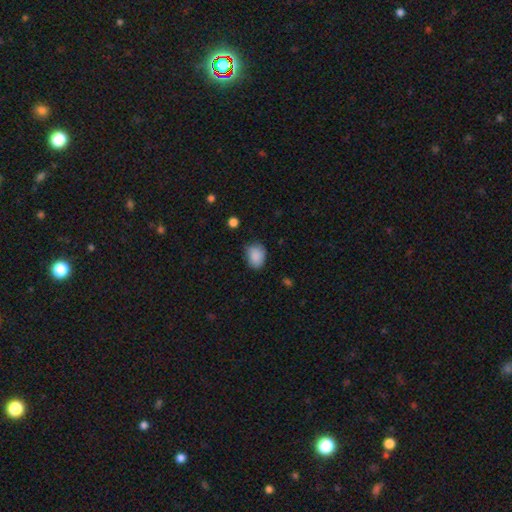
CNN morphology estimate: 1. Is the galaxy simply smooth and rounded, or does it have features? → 87% smooth, 8% star or artifact, 5% featured or disk.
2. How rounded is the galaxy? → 62% in between, 38% round, 1% cigar-shaped.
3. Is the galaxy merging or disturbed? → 69% none, 25% minor disturbance, 5% major disturbance, 2% merger.